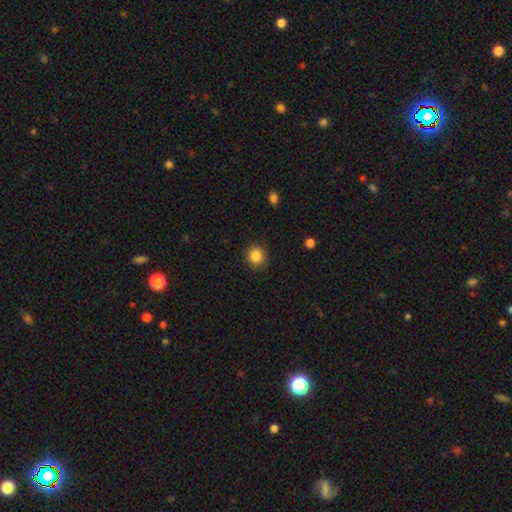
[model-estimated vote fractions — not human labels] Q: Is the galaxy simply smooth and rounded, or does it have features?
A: smooth — 86%.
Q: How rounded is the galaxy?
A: round — 90%.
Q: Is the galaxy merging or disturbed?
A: none — 90%.